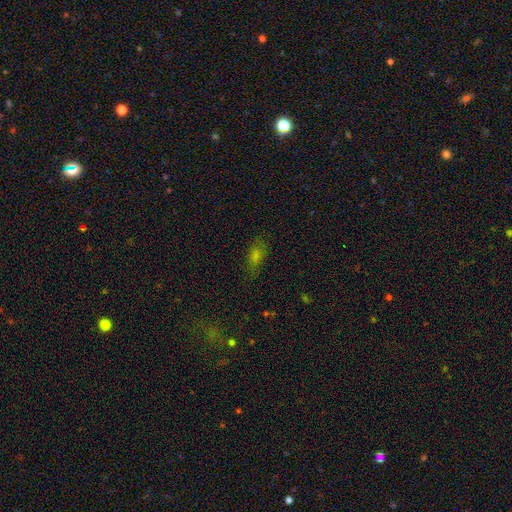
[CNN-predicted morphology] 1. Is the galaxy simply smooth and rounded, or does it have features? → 58% smooth, 27% star or artifact, 15% featured or disk.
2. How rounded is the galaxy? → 76% in between, 14% cigar-shaped, 10% round.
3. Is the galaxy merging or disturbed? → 74% none, 17% minor disturbance, 6% major disturbance, 2% merger.